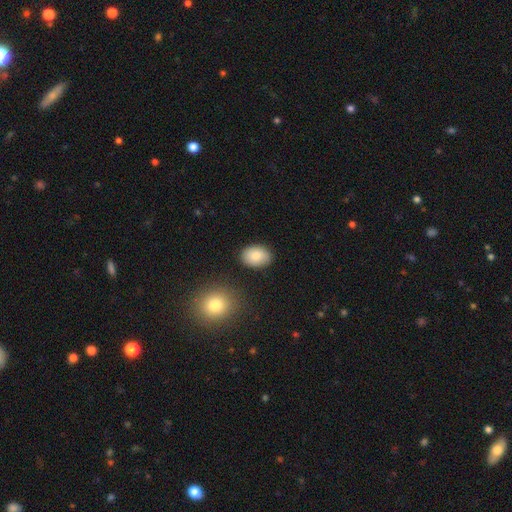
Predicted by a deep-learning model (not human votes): Smooth or featured?
  - smooth: 84% *
  - featured or disk: 8%
  - star or artifact: 7%
How rounded?
  - in between: 81% *
  - round: 18%
  - cigar-shaped: 1%
Merging?
  - none: 84% *
  - minor disturbance: 11%
  - merger: 3%
  - major disturbance: 2%